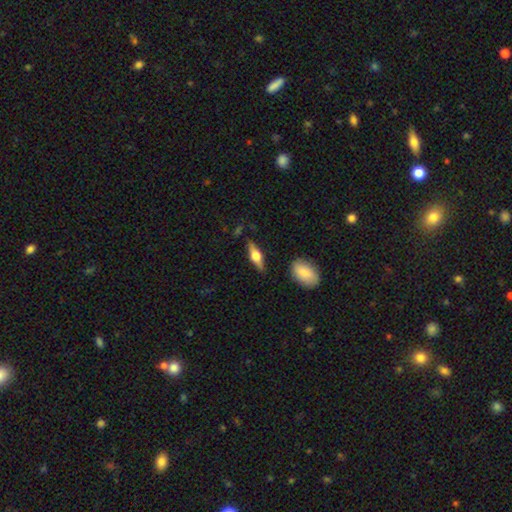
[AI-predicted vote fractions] A featured or disk galaxy (59%) viewed edge-on (94%) with a rounded central bulge (93%).

Vote fractions:
- Smooth or featured? featured or disk: 59% / smooth: 35% / star or artifact: 6%
- Edge-on disk? yes: 94% / no: 6%
- Edge-on bulge? rounded: 93% / boxy: 6% / none: 2%
- Merging? none: 84% / minor disturbance: 11% / major disturbance: 3% / merger: 3%